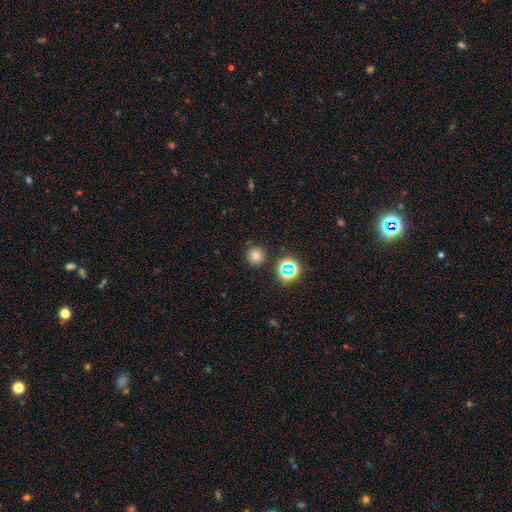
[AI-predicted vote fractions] Overall: smooth (73%). How rounded: round (94%). Merging: none (86%).